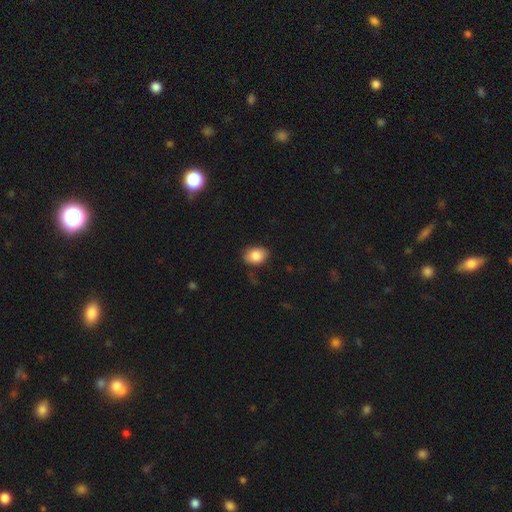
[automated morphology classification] smooth-or-featured: smooth: 85% | star or artifact: 8% | featured or disk: 7%
  how-rounded: in between: 73% | round: 26% | cigar-shaped: 1%
  merging: none: 83% | minor disturbance: 13% | major disturbance: 3% | merger: 1%